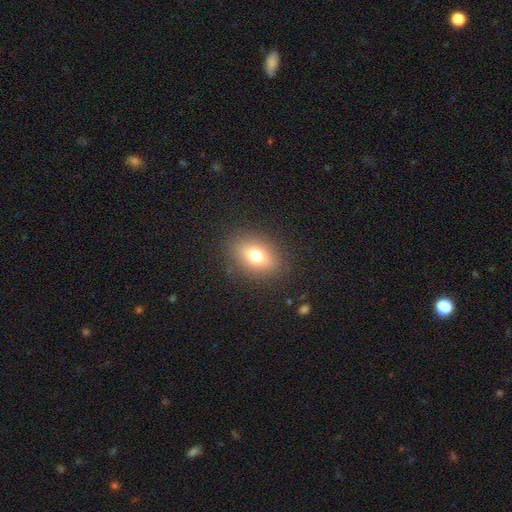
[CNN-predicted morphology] smooth 72%, featured or disk 16%, star or artifact 12%. Down the decision tree: how rounded — in between (74%); merging — none (86%).